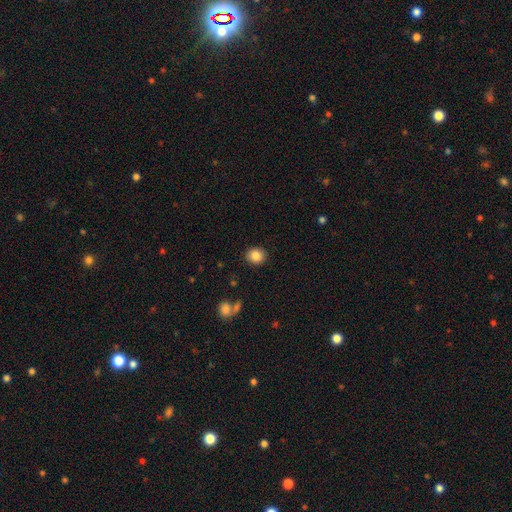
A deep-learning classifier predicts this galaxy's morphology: Smooth or featured? smooth (85%)
How rounded? round (81%)
Merging? none (90%)